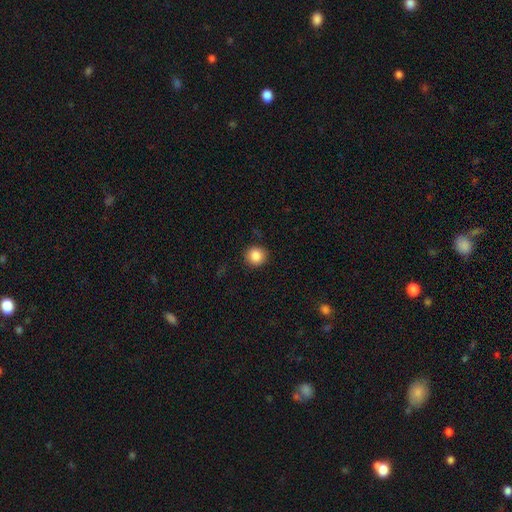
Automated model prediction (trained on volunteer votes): smooth_or_featured: smooth (p=0.86) [alt: star or artifact p=0.10]
how_rounded: round (p=0.91) [alt: in between p=0.08]
merging: none (p=0.90) [alt: minor disturbance p=0.07]